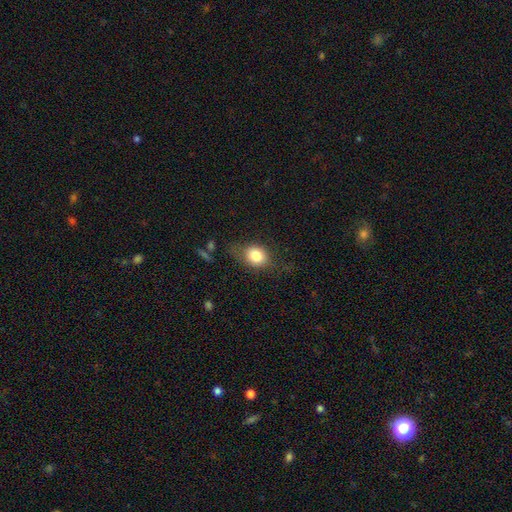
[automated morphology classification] This is likely a smooth galaxy (79%). How rounded: possibly round (52%). Merging: likely none (63%).